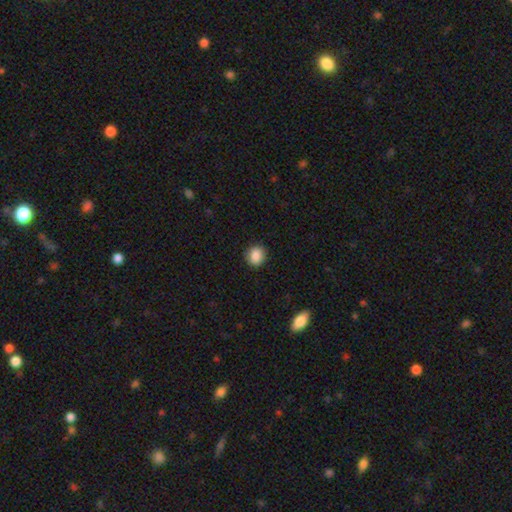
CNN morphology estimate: type=smooth (88%); roundness=round (75%); merging=none (88%).